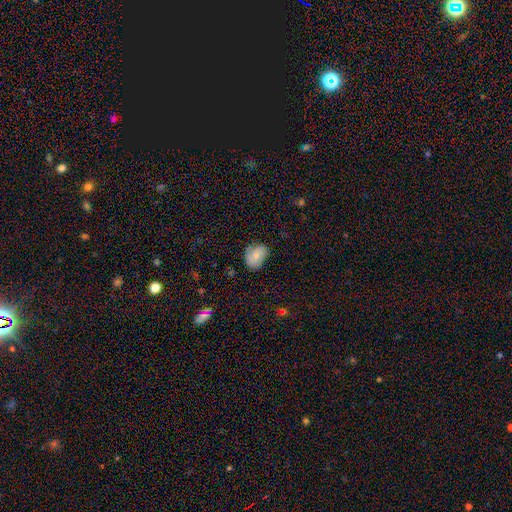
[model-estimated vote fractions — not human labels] Q: Smooth or featured?
A: smooth (71%); runner-up: featured or disk (21%)
Q: How rounded?
A: in between (73%); runner-up: round (26%)
Q: Merging?
A: none (64%); runner-up: minor disturbance (28%)